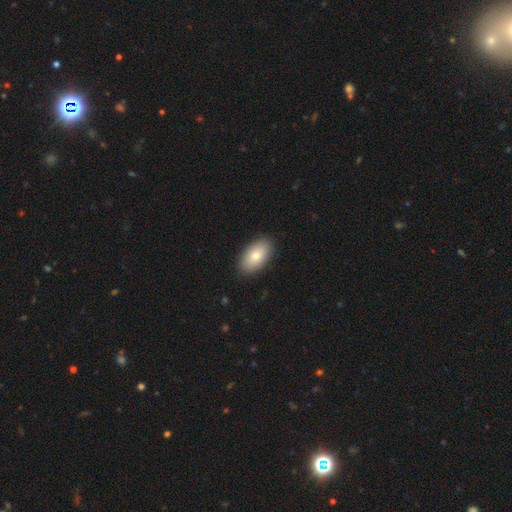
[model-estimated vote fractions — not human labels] This appears to be a smooth galaxy with no disk features (82%) that is in between round and cigar-shaped (95%). Merging: none (89%).